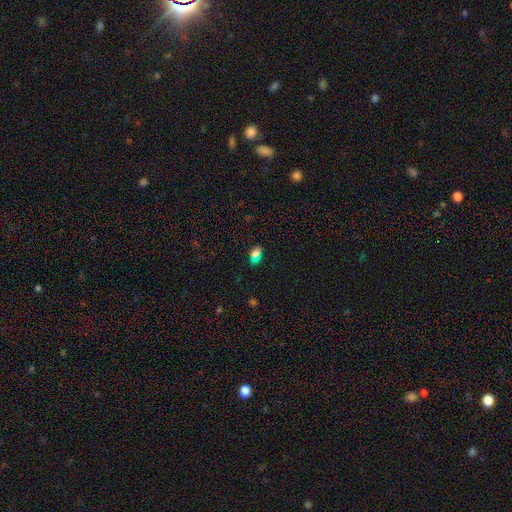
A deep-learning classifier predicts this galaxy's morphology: Smooth or featured?
  - smooth: 72% *
  - star or artifact: 18%
  - featured or disk: 10%
How rounded?
  - in between: 85% *
  - round: 11%
  - cigar-shaped: 4%
Merging?
  - none: 75% *
  - minor disturbance: 16%
  - merger: 5%
  - major disturbance: 4%